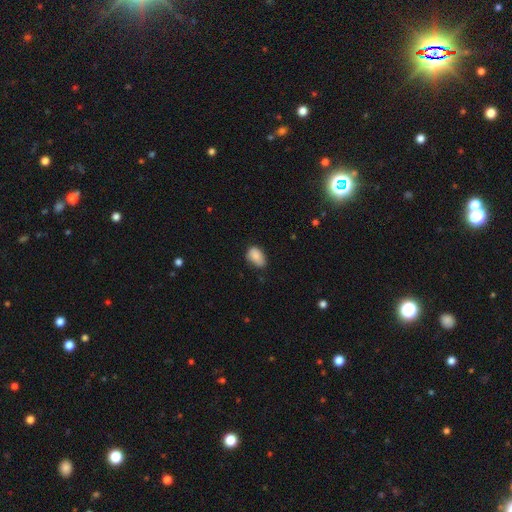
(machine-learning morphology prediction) Smooth or featured: smooth — 86% (star or artifact — 8%)
How rounded: in between — 86% (round — 12%)
Merging: none — 57% (minor disturbance — 34%)